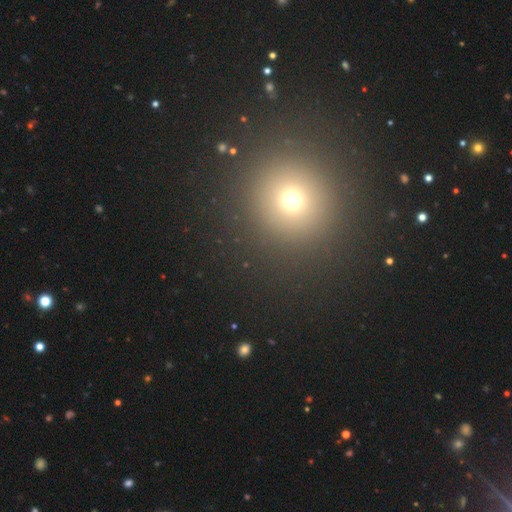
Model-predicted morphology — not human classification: Overall: smooth (60%; star or artifact 34%). How rounded: round (94%). Merging: none (92%).